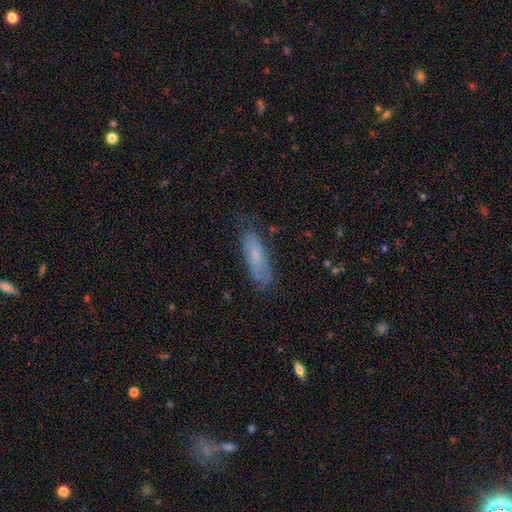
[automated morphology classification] Smooth or featured: smooth — 62% (featured or disk — 30%)
How rounded: in between — 50% (cigar-shaped — 48%)
Merging: none — 65% (minor disturbance — 26%)